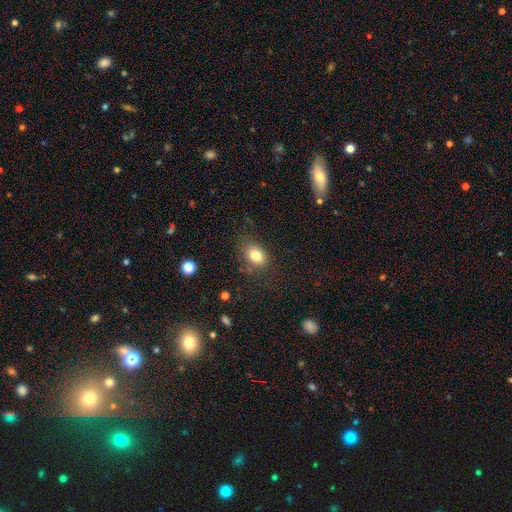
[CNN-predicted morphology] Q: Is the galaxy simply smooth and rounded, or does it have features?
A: smooth — 81%.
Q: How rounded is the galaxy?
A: in between — 75%.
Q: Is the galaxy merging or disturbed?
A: none — 71%.